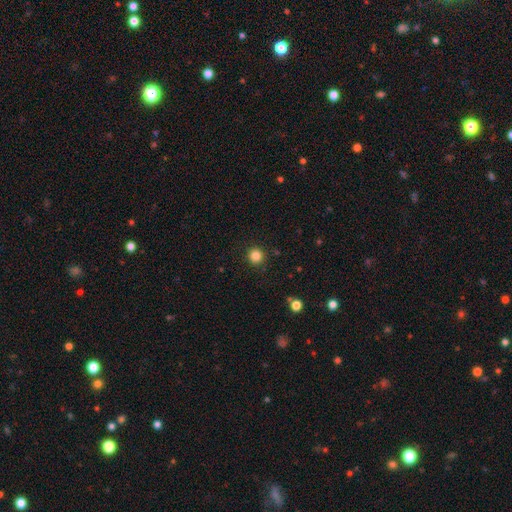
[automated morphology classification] This appears to be a smooth galaxy with no disk features (84%) that is round (94%). Merging: none (91%).